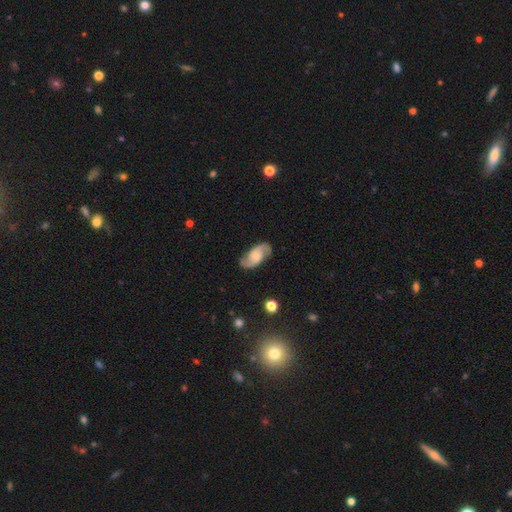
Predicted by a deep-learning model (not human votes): Smooth or featured? featured or disk (83%)
Edge-on disk? no (97%)
Bar? no (48%)
Spiral arms? yes (97%)
Spiral winding? medium (53%)
Spiral arm count? 2 (93%)
Bulge size? small (39%)
Merging? none (84%)